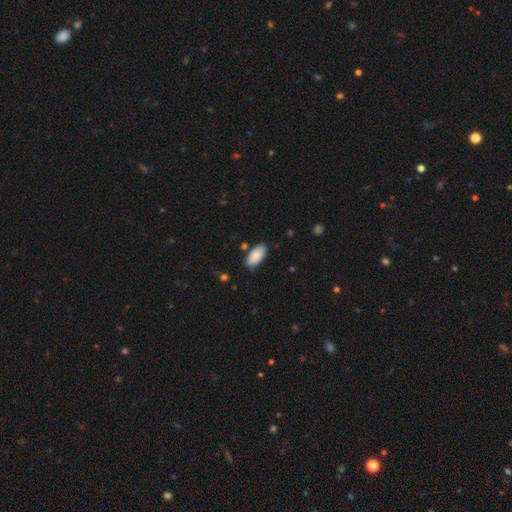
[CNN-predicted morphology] The model was most divided on "merging": none: 83%, minor disturbance: 12%, merger: 3%, major disturbance: 2%. More confident: how rounded — in between (92%); smooth or featured — smooth (88%).